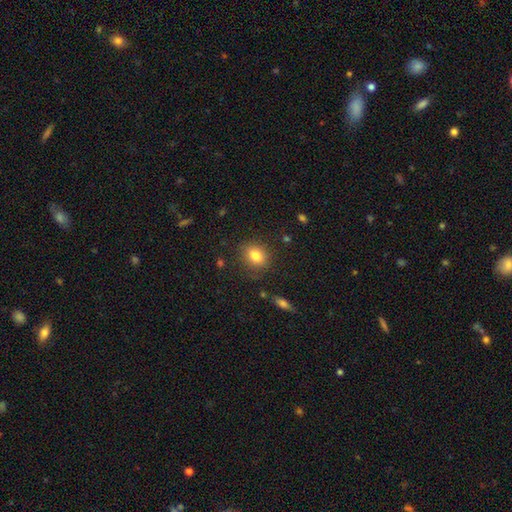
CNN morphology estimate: smooth-or-featured: smooth: 82% | star or artifact: 10% | featured or disk: 8%
  how-rounded: round: 53% | in between: 46% | cigar-shaped: 1%
  merging: none: 82% | minor disturbance: 12% | major disturbance: 4% | merger: 2%